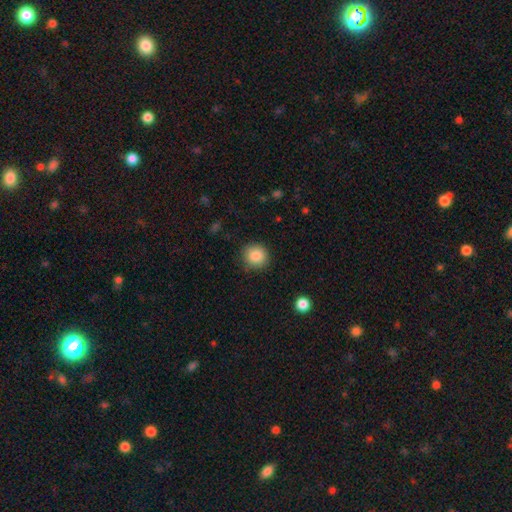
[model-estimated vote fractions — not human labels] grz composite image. It shows a smooth galaxy with no disk features (86%) that is round (91%). Merging: none (88%).